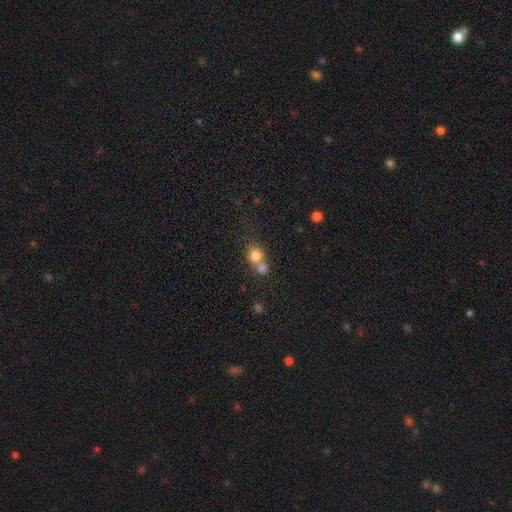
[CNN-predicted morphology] This appears to be a smooth galaxy with no disk features (79%) that is round (84%). Merging: merger (54%).